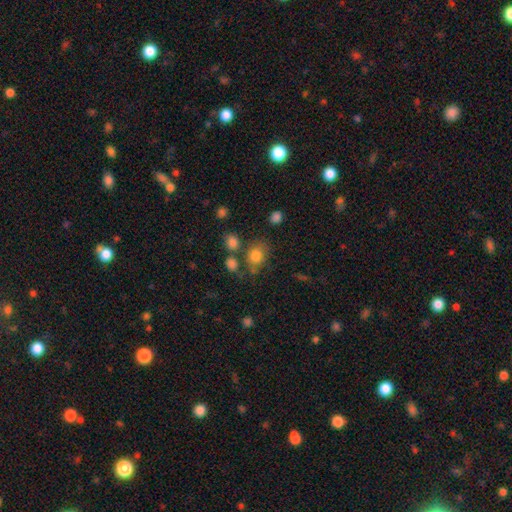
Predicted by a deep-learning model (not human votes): Smooth or featured?
  - smooth: 79% *
  - star or artifact: 12%
  - featured or disk: 9%
How rounded?
  - round: 59% *
  - in between: 40%
  - cigar-shaped: 1%
Merging?
  - none: 60% *
  - merger: 16%
  - minor disturbance: 16%
  - major disturbance: 8%